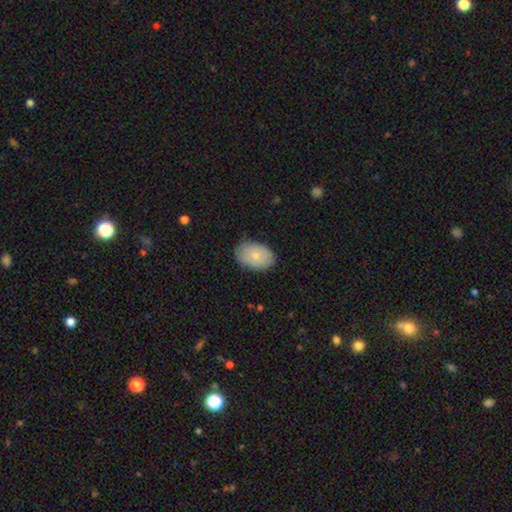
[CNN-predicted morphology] smooth-or-featured: smooth: 80% | featured or disk: 14% | star or artifact: 6%
  how-rounded: in between: 87% | round: 11% | cigar-shaped: 1%
  merging: none: 82% | minor disturbance: 14% | major disturbance: 3% | merger: 1%